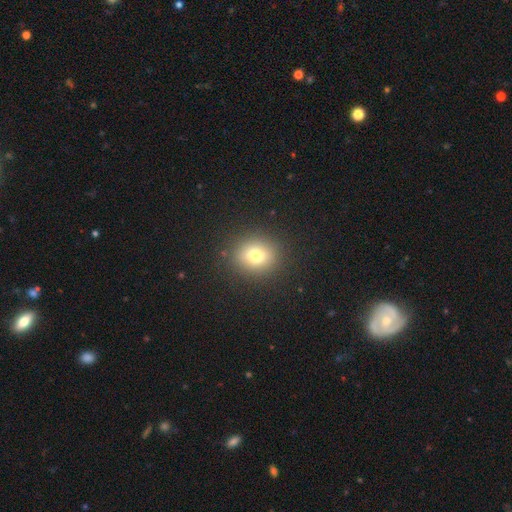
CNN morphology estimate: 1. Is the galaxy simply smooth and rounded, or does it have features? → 75% smooth, 14% star or artifact, 11% featured or disk.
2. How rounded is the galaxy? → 75% round, 24% in between, 1% cigar-shaped.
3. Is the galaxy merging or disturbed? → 88% none, 8% minor disturbance, 3% major disturbance, 1% merger.